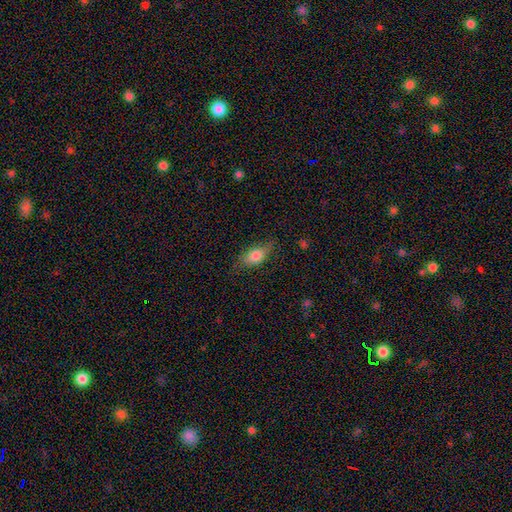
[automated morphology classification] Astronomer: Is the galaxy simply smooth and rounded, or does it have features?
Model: smooth — 76%.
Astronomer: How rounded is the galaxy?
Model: in between — 84%.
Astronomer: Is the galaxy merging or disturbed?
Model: none — 71%.